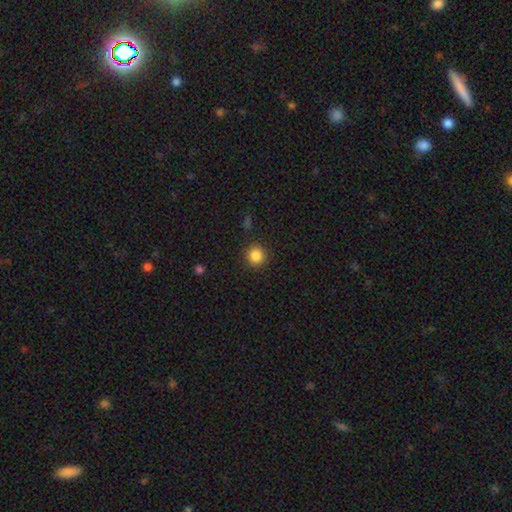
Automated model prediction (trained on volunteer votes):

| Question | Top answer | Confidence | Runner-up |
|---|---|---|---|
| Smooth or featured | smooth | 86% | star or artifact (11%) |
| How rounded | round | 93% | in between (6%) |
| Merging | none | 89% | minor disturbance (7%) |